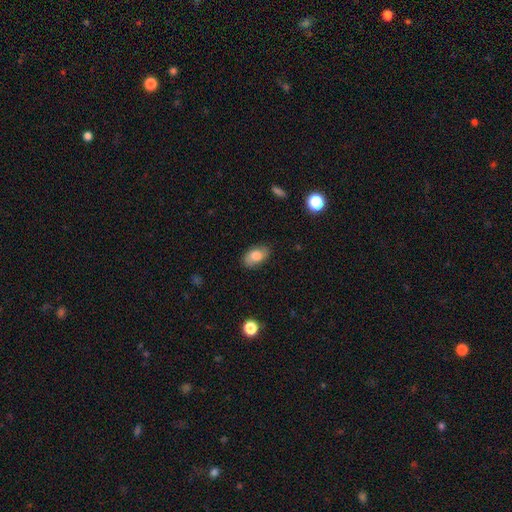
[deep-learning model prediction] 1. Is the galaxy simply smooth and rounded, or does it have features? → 78% smooth, 14% featured or disk, 7% star or artifact.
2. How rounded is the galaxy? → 92% in between, 6% round, 2% cigar-shaped.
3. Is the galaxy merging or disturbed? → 81% none, 15% minor disturbance, 3% major disturbance, 1% merger.